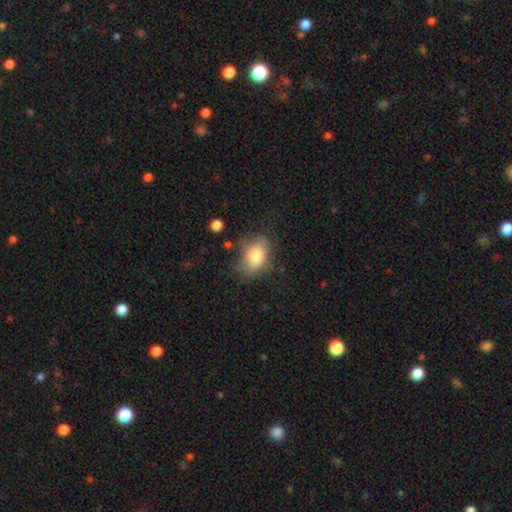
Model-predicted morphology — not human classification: Smooth or featured? Predicted: smooth (p=0.78). How rounded? Predicted: in between (p=0.78). Merging? Predicted: none (p=0.55).